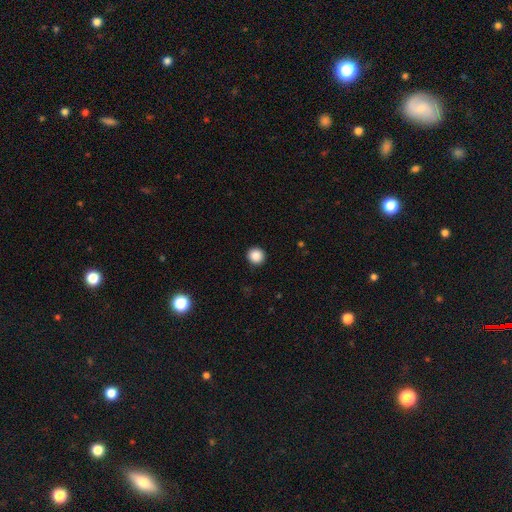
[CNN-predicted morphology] smooth-or-featured: smooth: 88% | star or artifact: 10% | featured or disk: 2%
  how-rounded: round: 95% | in between: 5% | cigar-shaped: 1%
  merging: none: 92% | minor disturbance: 5% | major disturbance: 2% | merger: 1%